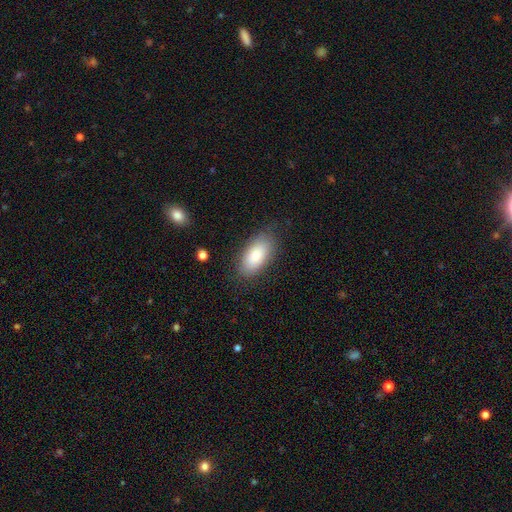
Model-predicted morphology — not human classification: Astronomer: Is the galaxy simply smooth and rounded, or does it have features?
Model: smooth — 80%.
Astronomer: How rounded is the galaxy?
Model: in between — 93%.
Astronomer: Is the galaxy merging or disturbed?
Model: none — 82%.